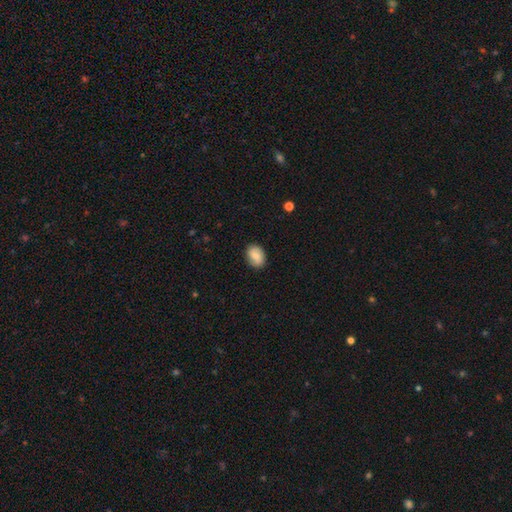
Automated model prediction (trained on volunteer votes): smooth 74%, featured or disk 19%, star or artifact 8%. Down the decision tree: how rounded — in between (70%); merging — none (83%).